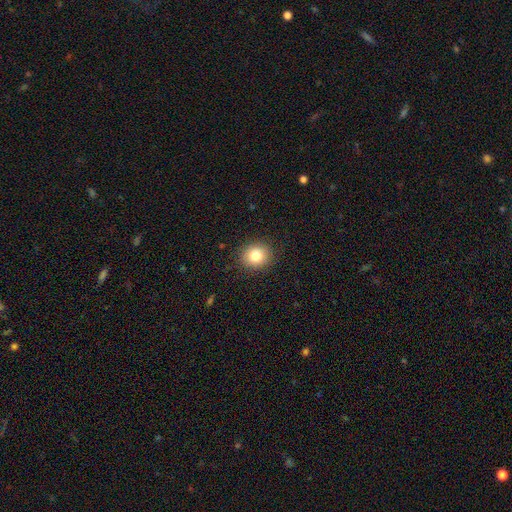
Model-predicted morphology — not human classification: Smooth or featured?
  - smooth: 81% *
  - star or artifact: 11%
  - featured or disk: 9%
How rounded?
  - round: 77% *
  - in between: 22%
  - cigar-shaped: 1%
Merging?
  - none: 89% *
  - minor disturbance: 7%
  - major disturbance: 2%
  - merger: 1%